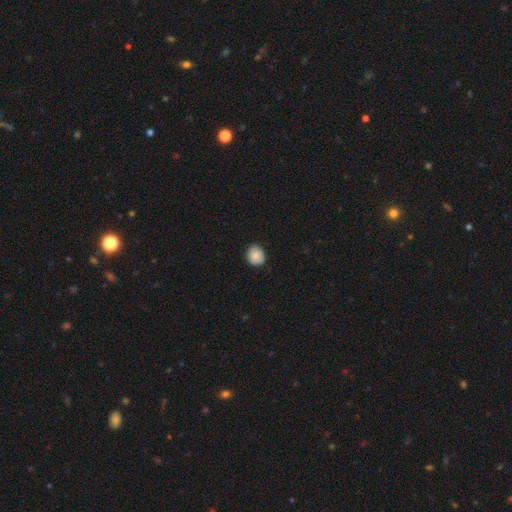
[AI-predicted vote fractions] The model was most divided on "how rounded": round: 75%, in between: 24%, cigar-shaped: 1%. More confident: merging — none (84%); smooth or featured — smooth (84%).